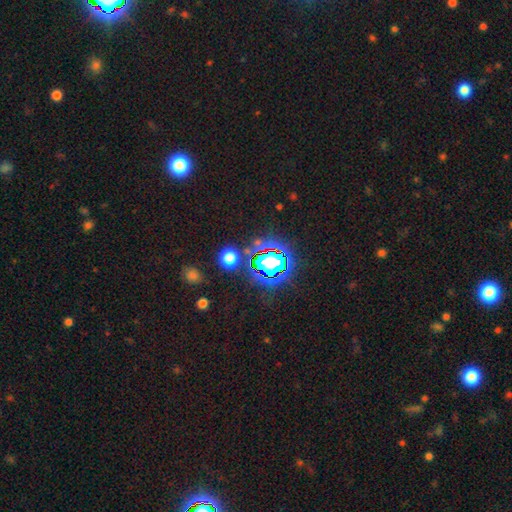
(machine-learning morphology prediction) This is clearly a star or artifact rather than a galaxy (82%).